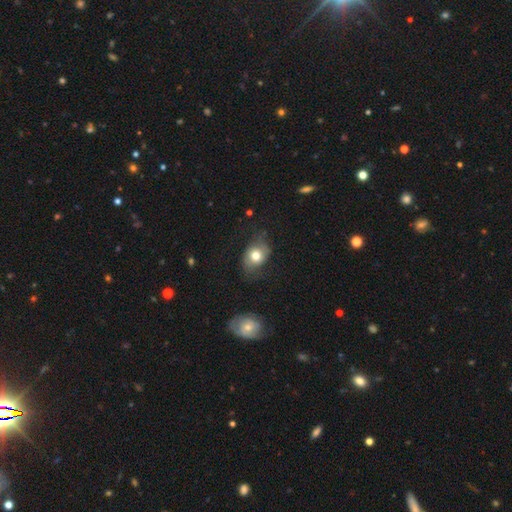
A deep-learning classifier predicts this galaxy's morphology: Q: Smooth or featured?
A: smooth (68%); runner-up: featured or disk (23%)
Q: How rounded?
A: in between (61%); runner-up: round (37%)
Q: Merging?
A: none (59%); runner-up: minor disturbance (27%)